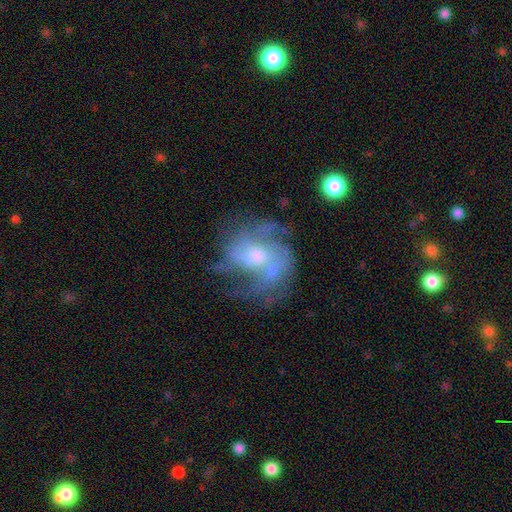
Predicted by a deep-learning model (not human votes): smooth-or-featured: featured or disk: 76% | smooth: 15% | star or artifact: 9%
  disk-edge-on: no: 97% | yes: 3%
    bar: no: 66% | weak: 29% | strong: 5%
    has-spiral-arms: yes: 80% | no: 20%
      spiral-winding: medium: 44% | loose: 30% | tight: 25%
      spiral-arm-count: can't tell: 31% | 3: 25% | 2: 21% | 4: 10% | 1: 7% | more than 4: 5%
    bulge-size: moderate: 53% | small: 33% | large: 7% | none: 5% | dominant: 1%
  merging: none: 46% | major disturbance: 28% | minor disturbance: 19% | merger: 7%